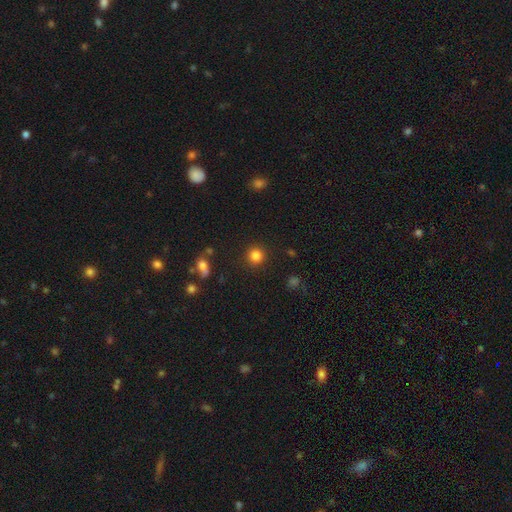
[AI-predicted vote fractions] This is clearly a smooth galaxy (83%). How rounded: clearly round (93%). Merging: clearly none (90%).